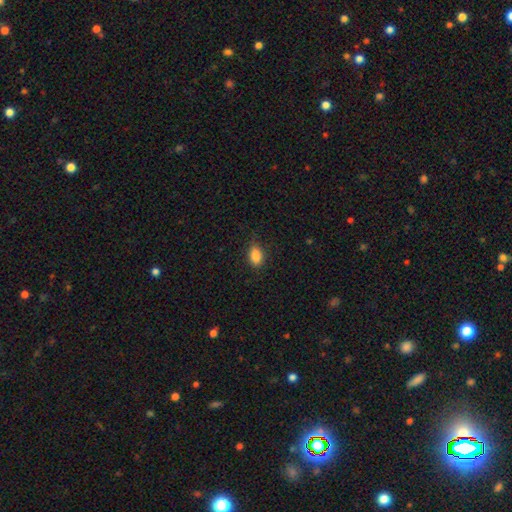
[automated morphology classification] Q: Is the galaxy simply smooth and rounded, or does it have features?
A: smooth — 86%.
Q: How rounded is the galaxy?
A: in between — 87%.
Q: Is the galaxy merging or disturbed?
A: none — 77%.